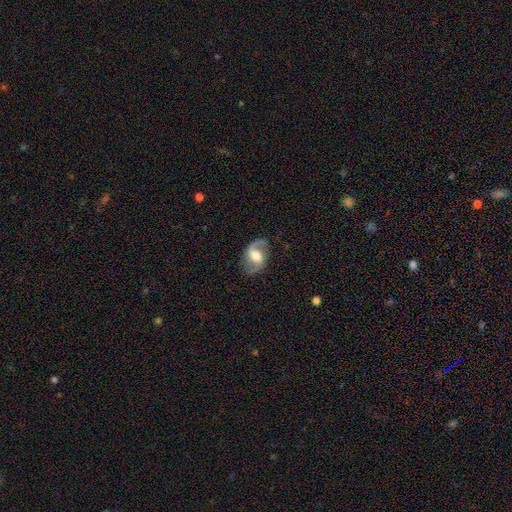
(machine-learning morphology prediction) Smooth or featured?
  - featured or disk: 78% *
  - smooth: 16%
  - star or artifact: 6%
Edge-on disk?
  - no: 97% *
  - yes: 3%
Bar?
  - weak: 47% *
  - no: 32%
  - strong: 20%
Spiral arms?
  - yes: 92% *
  - no: 8%
Spiral winding?
  - loose: 47% *
  - medium: 42%
  - tight: 11%
Spiral arm count?
  - 2: 87% *
  - 1: 7%
  - can't tell: 3%
  - 3: 1%
  - 4: 1%
  - more than 4: 1%
Bulge size?
  - moderate: 58% *
  - large: 26%
  - small: 12%
  - none: 2%
  - dominant: 2%
Merging?
  - none: 76% *
  - minor disturbance: 15%
  - major disturbance: 7%
  - merger: 1%